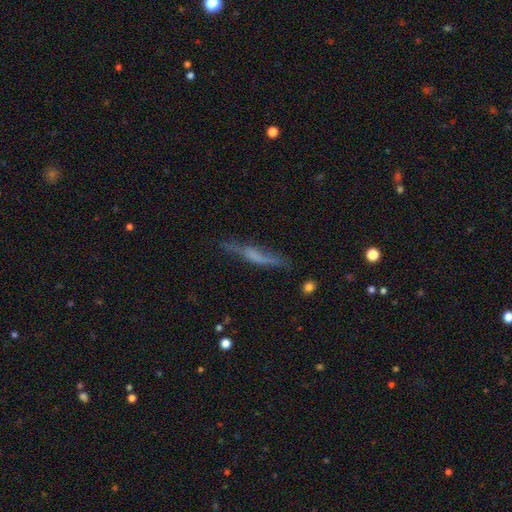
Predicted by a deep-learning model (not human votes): Overall: featured or disk (49%; smooth 41%). Merging: none (64%).